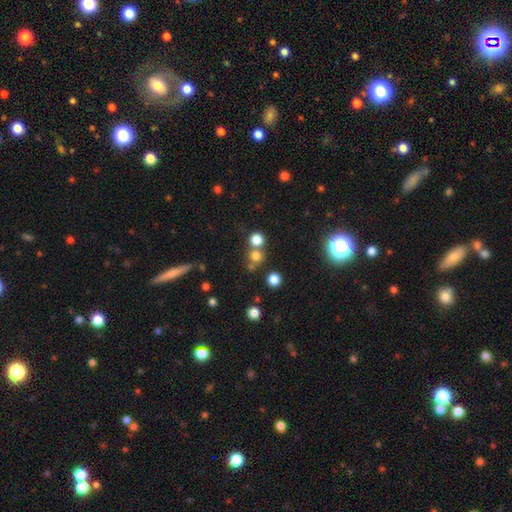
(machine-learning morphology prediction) A smooth galaxy with no disk features (73%) that is round (90%).

Vote fractions:
- Smooth or featured? smooth: 73% / star or artifact: 19% / featured or disk: 8%
- How rounded? round: 90% / in between: 9% / cigar-shaped: 1%
- Merging? none: 63% / merger: 27% / minor disturbance: 7% / major disturbance: 3%